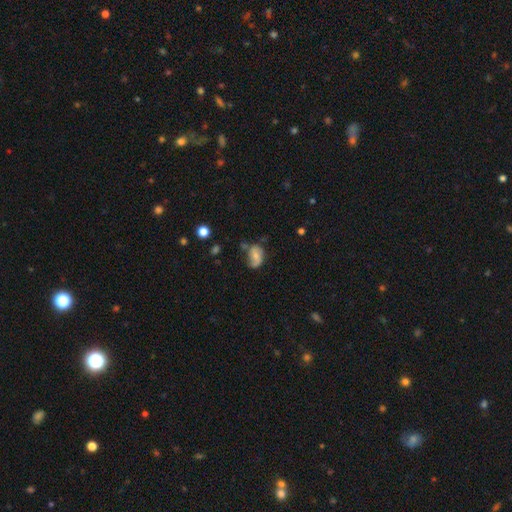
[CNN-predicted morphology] The model was most divided on "smooth or featured": smooth: 46%, featured or disk: 44%, star or artifact: 9%. Remaining: merging — none (44%).